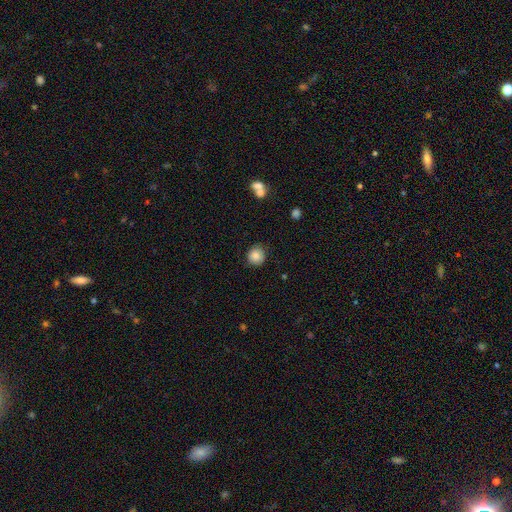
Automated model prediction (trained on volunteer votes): Smooth or featured? Predicted: smooth (p=0.84). How rounded? Predicted: round (p=0.89). Merging? Predicted: none (p=0.84).